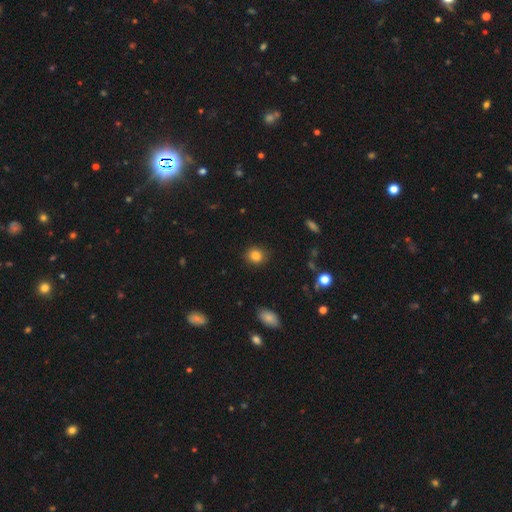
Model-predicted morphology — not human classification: Overall: smooth (84%). How rounded: round (81%). Merging: none (90%).